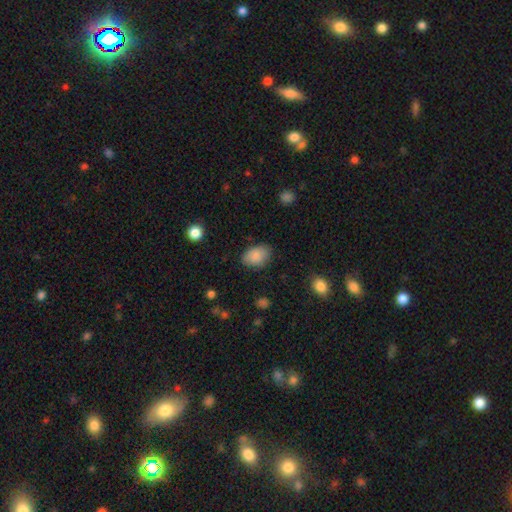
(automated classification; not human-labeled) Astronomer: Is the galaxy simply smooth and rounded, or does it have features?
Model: smooth — 86%.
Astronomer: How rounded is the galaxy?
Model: in between — 87%.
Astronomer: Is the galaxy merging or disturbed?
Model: none — 81%.